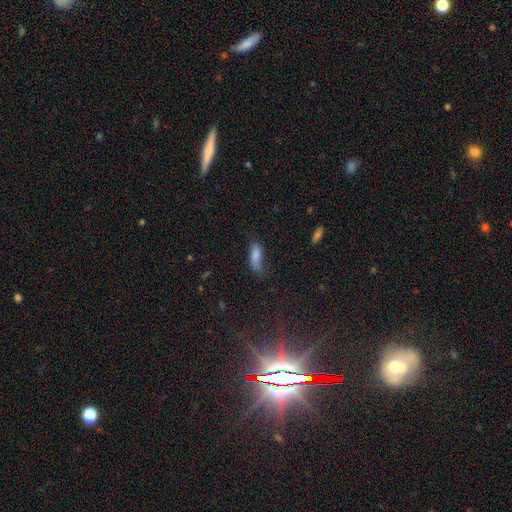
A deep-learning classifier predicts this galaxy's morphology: Overall: smooth (78%). How rounded: in between (60%; cigar-shaped 38%). Merging: none (51%; minor disturbance 32%).